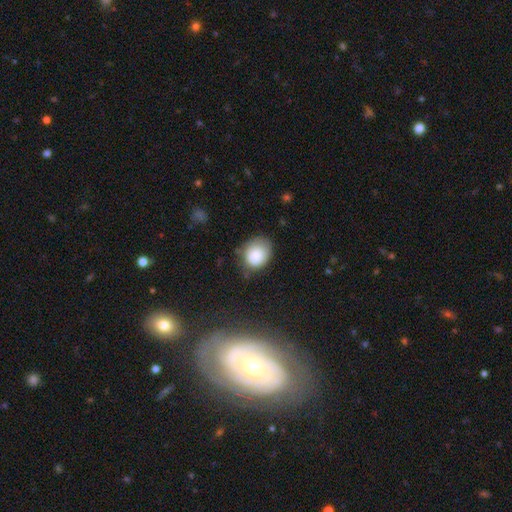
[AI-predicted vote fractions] A smooth galaxy with no disk features (83%) that is round (55%). Merging: none (62%).